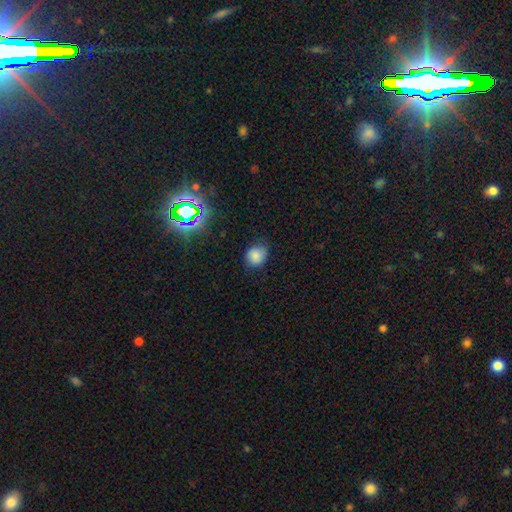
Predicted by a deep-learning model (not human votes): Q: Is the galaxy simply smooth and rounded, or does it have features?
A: smooth — 80%.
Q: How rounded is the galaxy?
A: round — 73%.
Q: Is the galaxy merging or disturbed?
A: none — 76%.